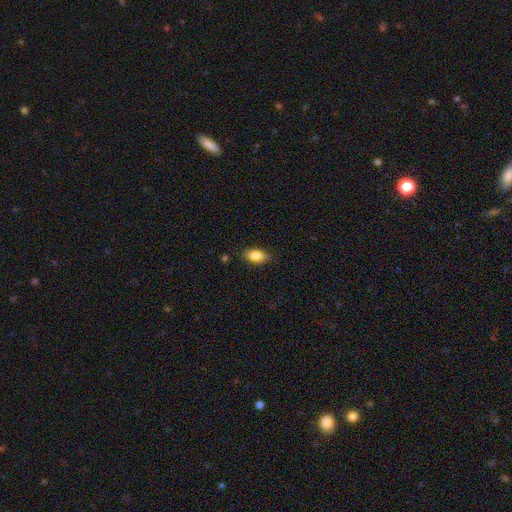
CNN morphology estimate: smooth-or-featured: smooth: 85% | star or artifact: 8% | featured or disk: 7%
  how-rounded: in between: 89% | round: 6% | cigar-shaped: 5%
  merging: none: 84% | minor disturbance: 12% | major disturbance: 3% | merger: 1%